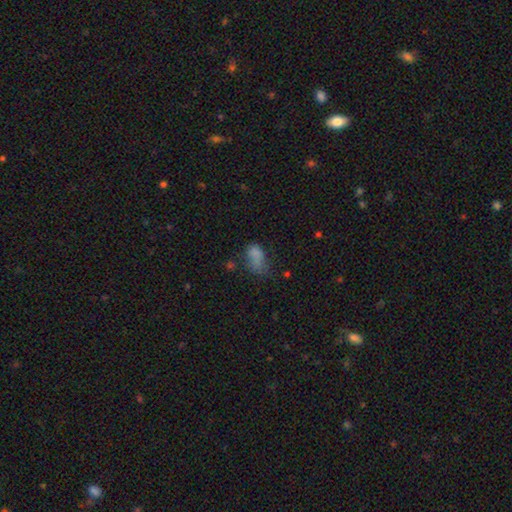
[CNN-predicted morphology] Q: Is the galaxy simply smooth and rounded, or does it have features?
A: smooth — 72%.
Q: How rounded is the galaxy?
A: in between — 87%.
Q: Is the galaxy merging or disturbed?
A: major disturbance — 37%.